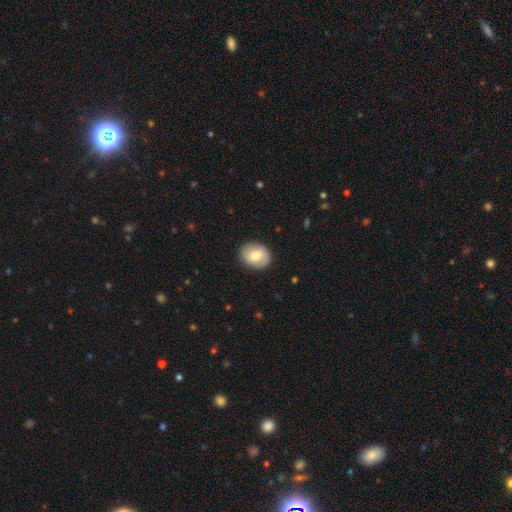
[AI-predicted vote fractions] Overall: smooth (66%; featured or disk 28%). How rounded: round (52%; in between 47%). Merging: none (87%).